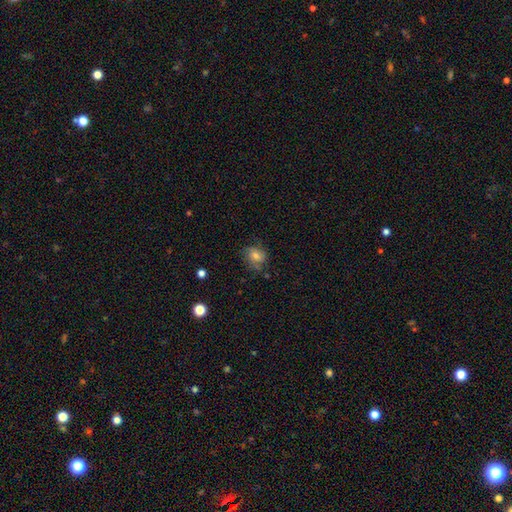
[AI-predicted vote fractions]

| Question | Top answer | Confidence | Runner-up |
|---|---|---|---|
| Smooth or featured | smooth | 56% | featured or disk (30%) |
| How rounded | round | 54% | in between (45%) |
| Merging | none | 65% | minor disturbance (23%) |